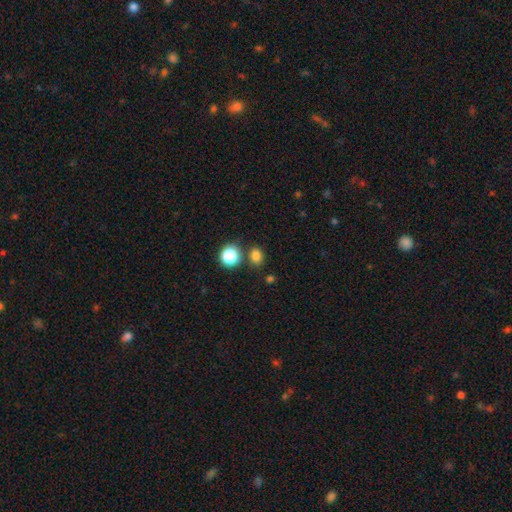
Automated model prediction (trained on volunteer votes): smooth 81%, star or artifact 15%, featured or disk 5%. Down the decision tree: how rounded — round (51%); merging — none (74%).